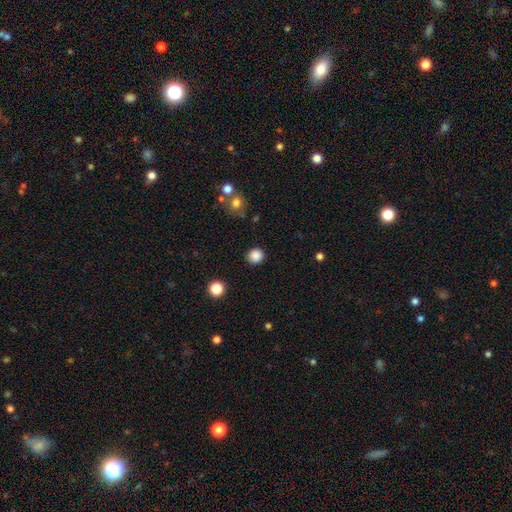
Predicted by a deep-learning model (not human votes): The model was most divided on "smooth or featured": smooth: 86%, star or artifact: 11%, featured or disk: 3%. More confident: how rounded — round (91%); merging — none (90%).